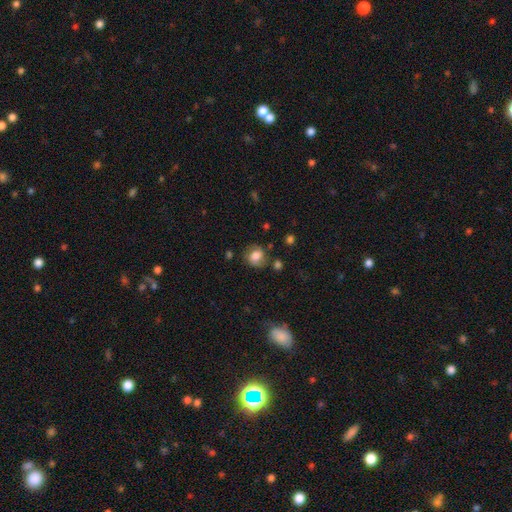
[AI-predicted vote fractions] smooth 72%, featured or disk 18%, star or artifact 10%. Down the decision tree: how rounded — round (71%); merging — none (71%).